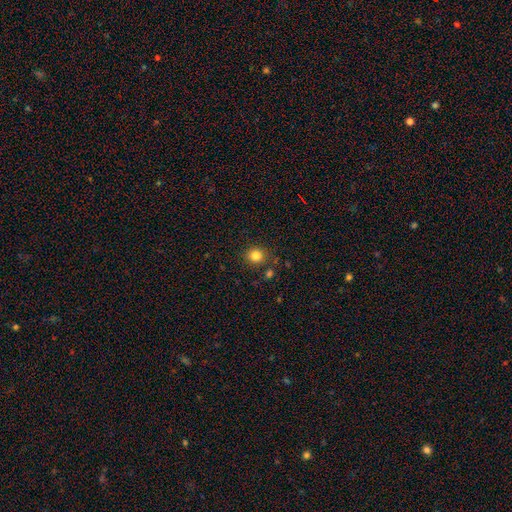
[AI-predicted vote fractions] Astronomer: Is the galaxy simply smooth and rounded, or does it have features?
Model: smooth — 82%.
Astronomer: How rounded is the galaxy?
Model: round — 88%.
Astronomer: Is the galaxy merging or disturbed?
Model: none — 84%.